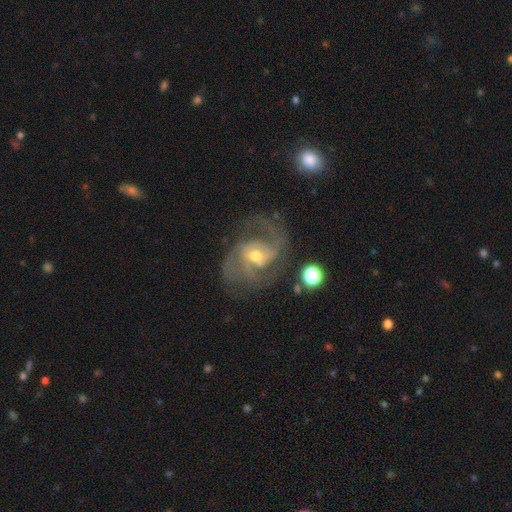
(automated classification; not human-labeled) smooth_or_featured: featured or disk (p=0.86) [alt: smooth p=0.07]
disk_edge_on: no (p=0.97) [alt: yes p=0.03]
bar: weak (p=0.46) [alt: no p=0.39]
has_spiral_arms: yes (p=0.94) [alt: no p=0.06]
spiral_winding: medium (p=0.53) [alt: loose p=0.29]
spiral_arm_count: 2 (p=0.68) [alt: 3 p=0.11]
bulge_size: moderate (p=0.54) [alt: small p=0.40]
merging: none (p=0.54) [alt: major disturbance p=0.22]